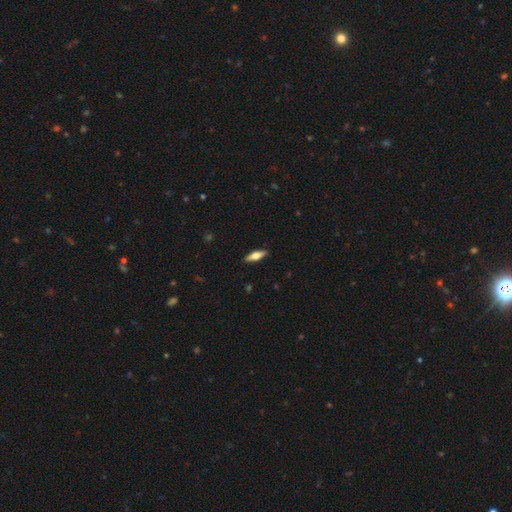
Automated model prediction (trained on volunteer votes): A smooth galaxy with no disk features (55%) that is in between round and cigar-shaped (51%).

Vote fractions:
- Smooth or featured? smooth: 55% / featured or disk: 39% / star or artifact: 6%
- How rounded? in between: 51% / cigar-shaped: 46% / round: 3%
- Merging? none: 89% / minor disturbance: 8% / major disturbance: 2% / merger: 1%